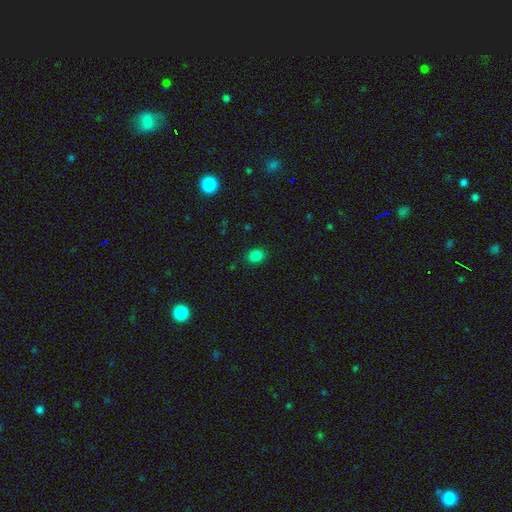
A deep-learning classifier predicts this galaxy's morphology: Smooth or featured: smooth — 83% (star or artifact — 13%)
How rounded: round — 51% (in between — 48%)
Merging: none — 88% (minor disturbance — 9%)